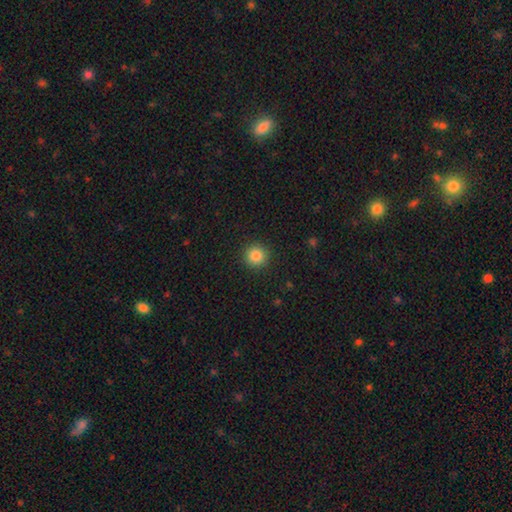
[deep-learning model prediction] A smooth galaxy with no disk features (84%) that is round (95%).

Vote fractions:
- Smooth or featured? smooth: 84% / star or artifact: 11% / featured or disk: 5%
- How rounded? round: 95% / in between: 4% / cigar-shaped: 1%
- Merging? none: 92% / minor disturbance: 5% / major disturbance: 2% / merger: 1%